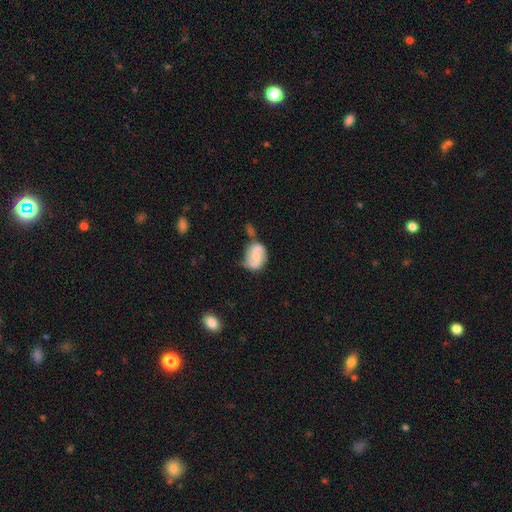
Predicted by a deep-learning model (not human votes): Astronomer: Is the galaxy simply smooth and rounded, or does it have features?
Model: featured or disk — 60%.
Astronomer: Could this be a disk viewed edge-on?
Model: no — 98%.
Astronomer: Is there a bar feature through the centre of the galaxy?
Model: no — 44% (runner-up: weak, 43%).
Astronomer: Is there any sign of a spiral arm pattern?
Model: yes — 90%.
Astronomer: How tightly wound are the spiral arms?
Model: medium — 46% (runner-up: loose, 32%).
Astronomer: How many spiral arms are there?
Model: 2 — 86%.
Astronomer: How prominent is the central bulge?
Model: small — 42% (runner-up: none, 33%).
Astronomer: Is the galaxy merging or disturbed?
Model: none — 47% (runner-up: minor disturbance, 25%).